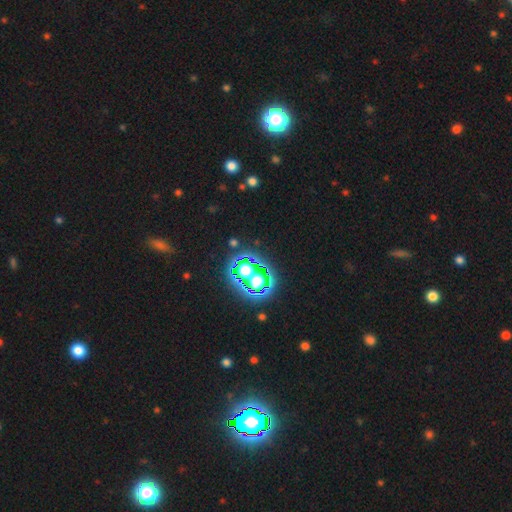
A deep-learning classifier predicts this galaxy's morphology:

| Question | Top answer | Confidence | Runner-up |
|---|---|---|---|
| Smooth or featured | star or artifact | 78% | smooth (14%) |